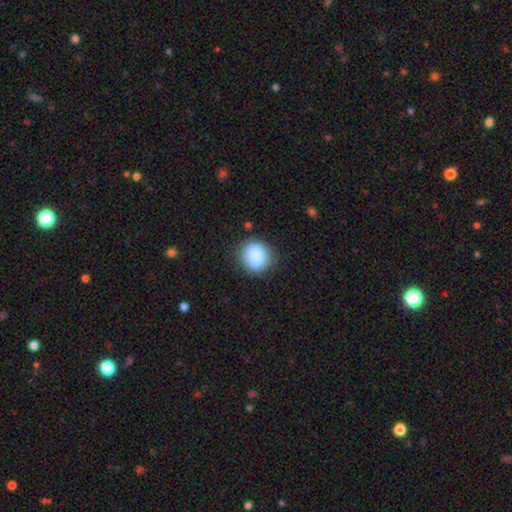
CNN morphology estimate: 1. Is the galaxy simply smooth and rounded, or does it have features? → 83% smooth, 9% featured or disk, 8% star or artifact.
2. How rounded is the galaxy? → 85% round, 14% in between, 1% cigar-shaped.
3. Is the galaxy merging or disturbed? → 83% none, 12% minor disturbance, 3% major disturbance, 2% merger.